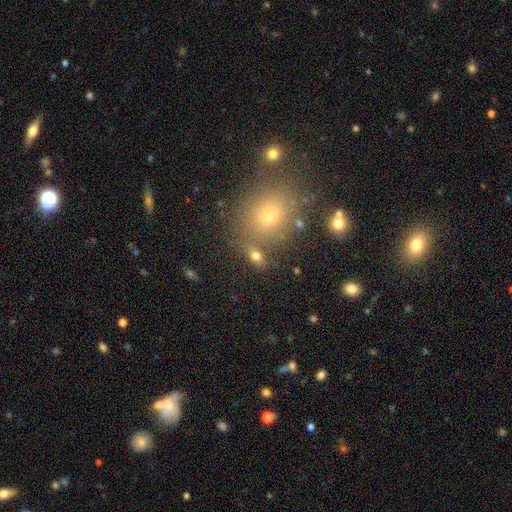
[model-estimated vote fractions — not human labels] Smooth or featured? Predicted: smooth (p=0.73). How rounded? Predicted: in between (p=0.66). Merging? Predicted: none (p=0.63).